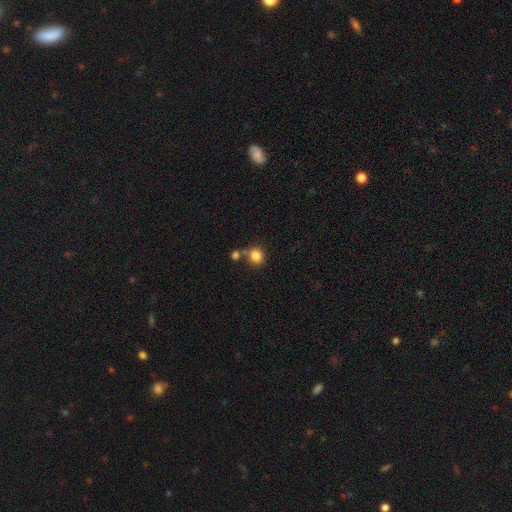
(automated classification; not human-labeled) Morphology: type=smooth (84%); roundness=round (84%); merging=none (66%).